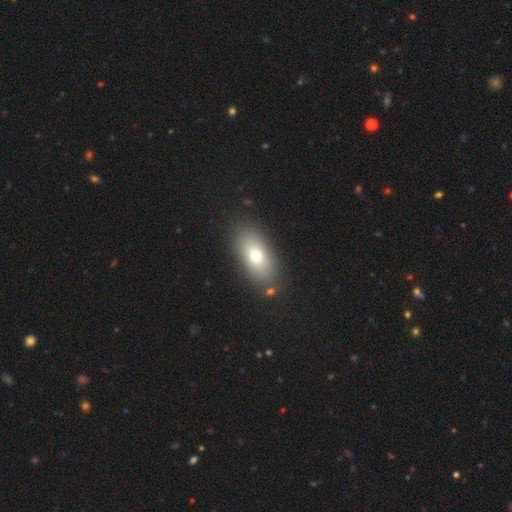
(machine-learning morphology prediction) smooth-or-featured: smooth: 71% | featured or disk: 19% | star or artifact: 10%
  how-rounded: in between: 87% | cigar-shaped: 7% | round: 6%
  merging: none: 84% | minor disturbance: 9% | major disturbance: 3% | merger: 3%